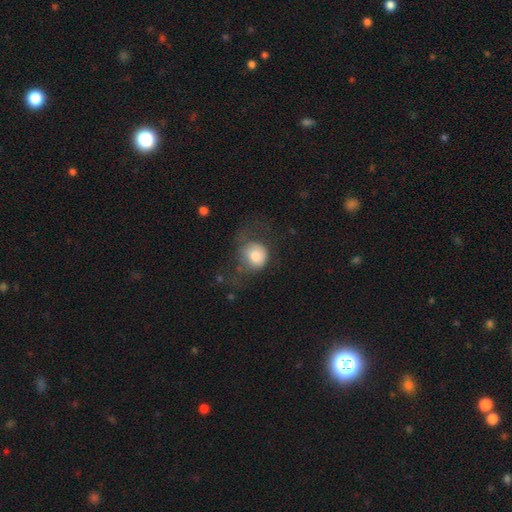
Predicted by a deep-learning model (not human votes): This appears to be a smooth galaxy with no disk features (75%) that is round (77%). Merging: major disturbance (37%).